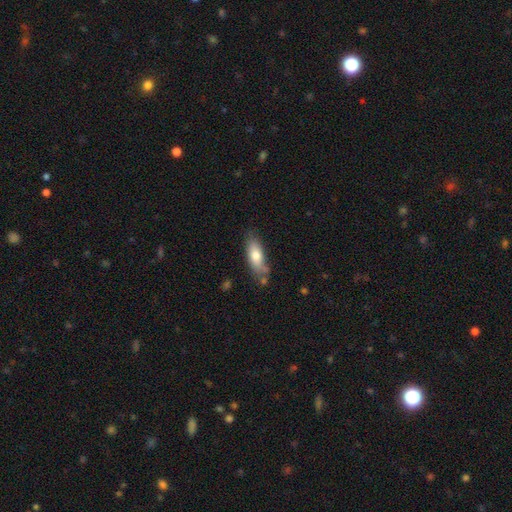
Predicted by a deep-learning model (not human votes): A smooth galaxy with no disk features (74%) that is in between round and cigar-shaped (71%).

Vote fractions:
- Smooth or featured? smooth: 74% / featured or disk: 19% / star or artifact: 7%
- How rounded? in between: 71% / cigar-shaped: 26% / round: 2%
- Merging? none: 62% / minor disturbance: 23% / merger: 9% / major disturbance: 6%